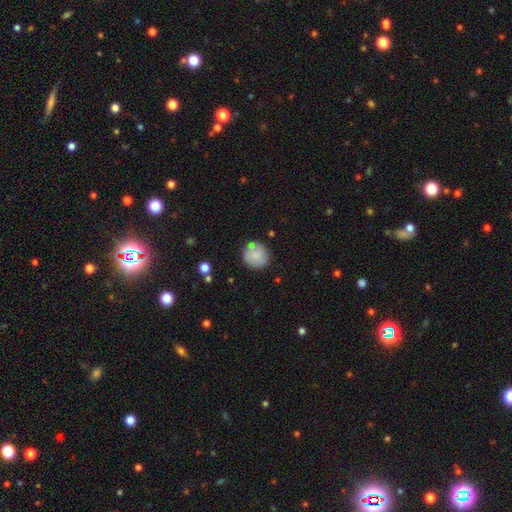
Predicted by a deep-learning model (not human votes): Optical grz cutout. It shows a smooth galaxy with no disk features (80%) that is round (90%). Merging: none (73%).